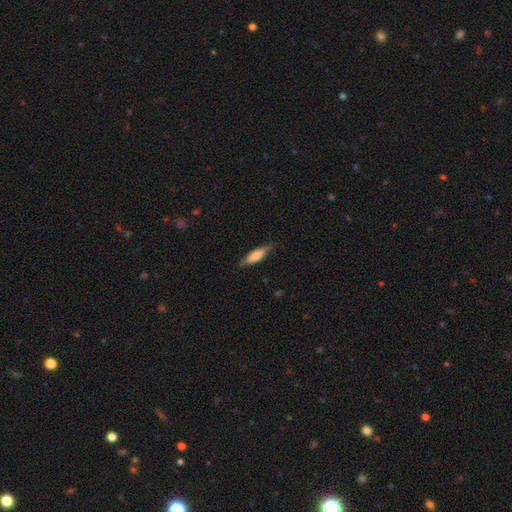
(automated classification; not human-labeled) Smooth or featured?
  - smooth: 75% *
  - featured or disk: 19%
  - star or artifact: 6%
How rounded?
  - cigar-shaped: 61% *
  - in between: 37%
  - round: 2%
Merging?
  - none: 80% *
  - minor disturbance: 16%
  - major disturbance: 3%
  - merger: 1%